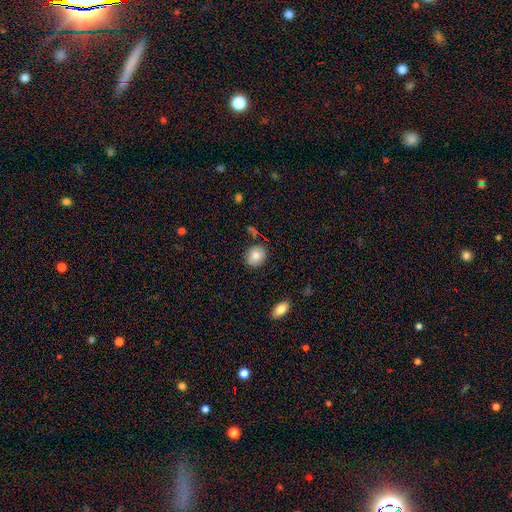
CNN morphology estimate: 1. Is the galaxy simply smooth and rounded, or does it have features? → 83% smooth, 10% featured or disk, 8% star or artifact.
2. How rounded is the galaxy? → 64% round, 35% in between, 1% cigar-shaped.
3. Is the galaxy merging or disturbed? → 84% none, 12% minor disturbance, 2% major disturbance, 2% merger.